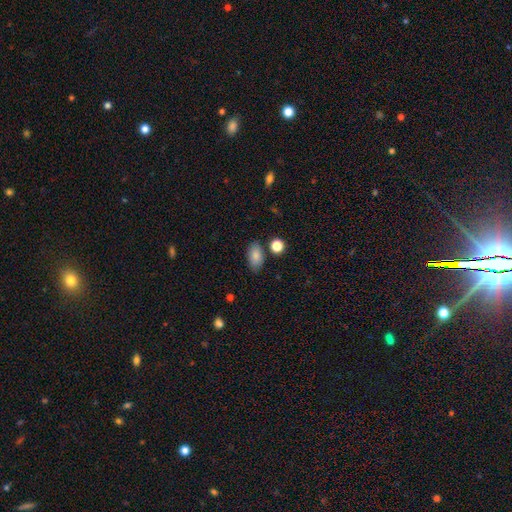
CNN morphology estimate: Overall: smooth (85%). How rounded: in between (92%). Merging: none (80%).